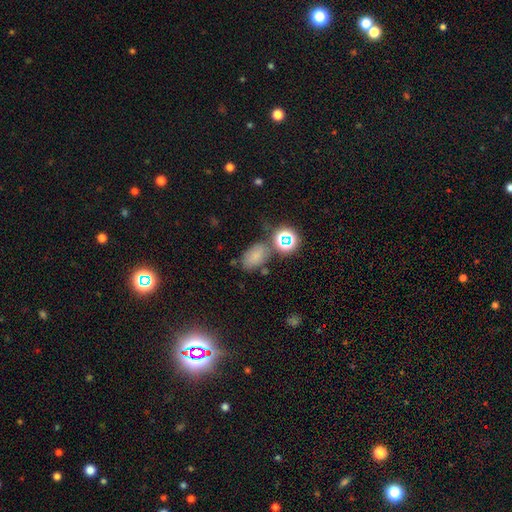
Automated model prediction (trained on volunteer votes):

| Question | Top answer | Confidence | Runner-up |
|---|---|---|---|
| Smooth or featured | smooth | 66% | star or artifact (23%) |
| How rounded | in between | 83% | round (16%) |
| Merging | none | 63% | minor disturbance (19%) |